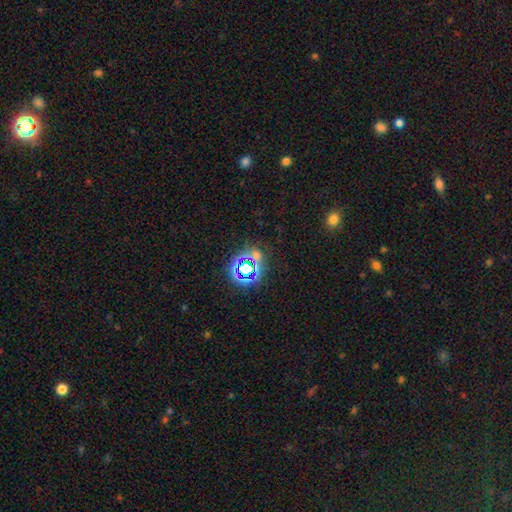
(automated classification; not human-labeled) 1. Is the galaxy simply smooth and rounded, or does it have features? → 60% star or artifact, 29% smooth, 11% featured or disk.